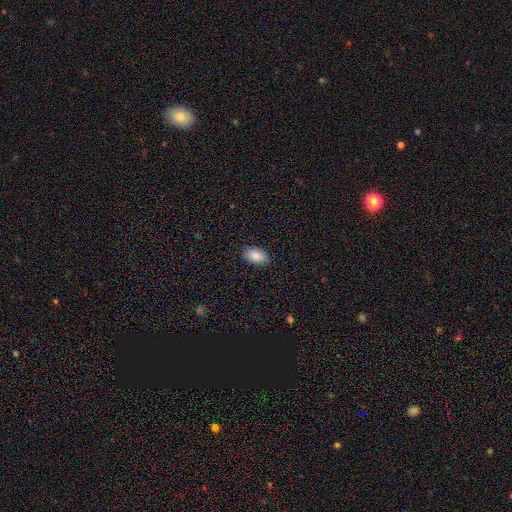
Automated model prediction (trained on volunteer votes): This is clearly a smooth galaxy (87%). How rounded: clearly in between (94%). Merging: clearly none (89%).